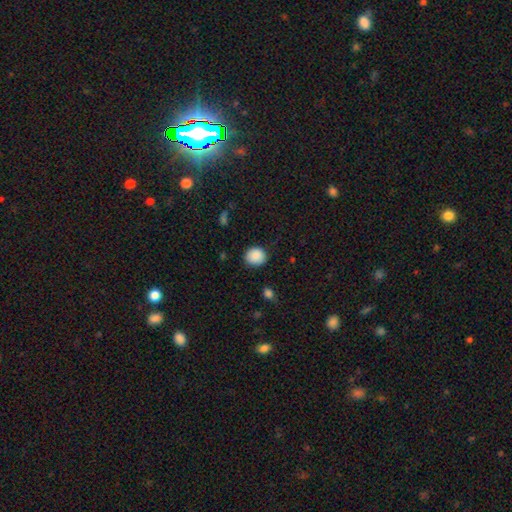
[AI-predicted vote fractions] Smooth or featured? Predicted: smooth (p=0.88). How rounded? Predicted: round (p=0.81). Merging? Predicted: none (p=0.85).